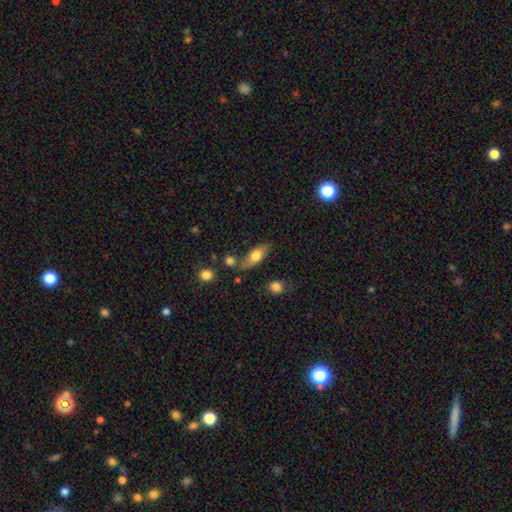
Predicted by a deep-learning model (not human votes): Smooth or featured?
  - smooth: 70% *
  - featured or disk: 23%
  - star or artifact: 7%
How rounded?
  - in between: 76% *
  - cigar-shaped: 19%
  - round: 4%
Merging?
  - none: 65% *
  - minor disturbance: 19%
  - merger: 11%
  - major disturbance: 6%